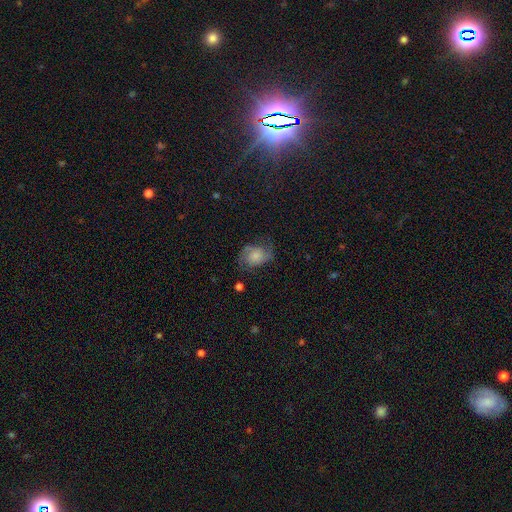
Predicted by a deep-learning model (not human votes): This appears to be a featured or disk galaxy (47%). Merging: none (55%).